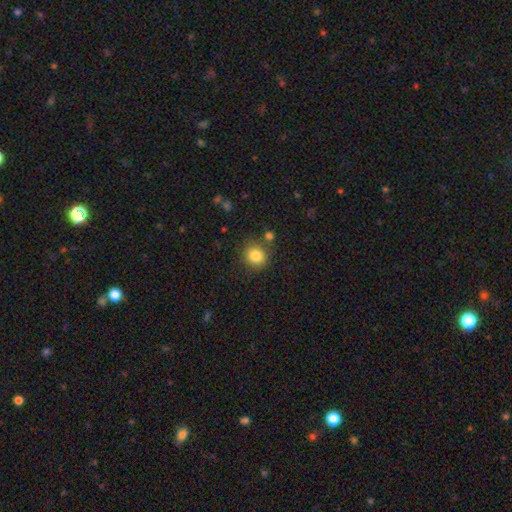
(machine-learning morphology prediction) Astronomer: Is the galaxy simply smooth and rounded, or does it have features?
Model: smooth — 84%.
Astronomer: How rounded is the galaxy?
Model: round — 80%.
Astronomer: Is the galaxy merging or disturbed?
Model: none — 79%.